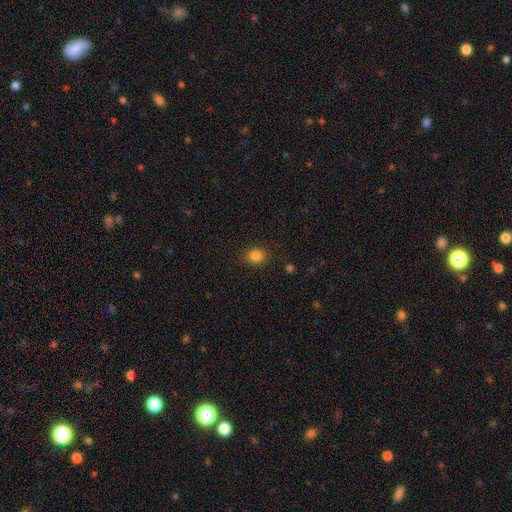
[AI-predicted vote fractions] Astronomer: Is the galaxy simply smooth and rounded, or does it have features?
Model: smooth — 84%.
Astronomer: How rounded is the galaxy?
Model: round — 82%.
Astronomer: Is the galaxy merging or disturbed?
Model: none — 87%.